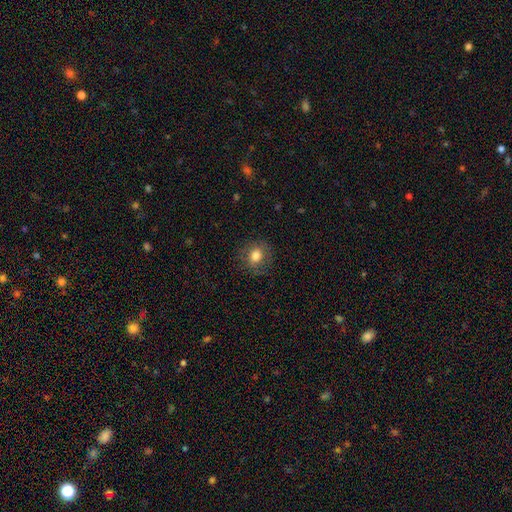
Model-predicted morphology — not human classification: smooth-or-featured: smooth: 76% | featured or disk: 13% | star or artifact: 10%
  how-rounded: round: 75% | in between: 24% | cigar-shaped: 1%
  merging: none: 81% | minor disturbance: 13% | major disturbance: 5% | merger: 1%